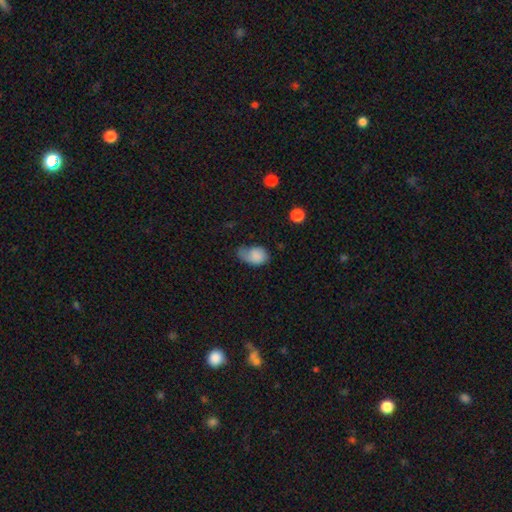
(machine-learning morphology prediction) Smooth or featured? Predicted: smooth (p=0.78). How rounded? Predicted: in between (p=0.80). Merging? Predicted: minor disturbance (p=0.39).